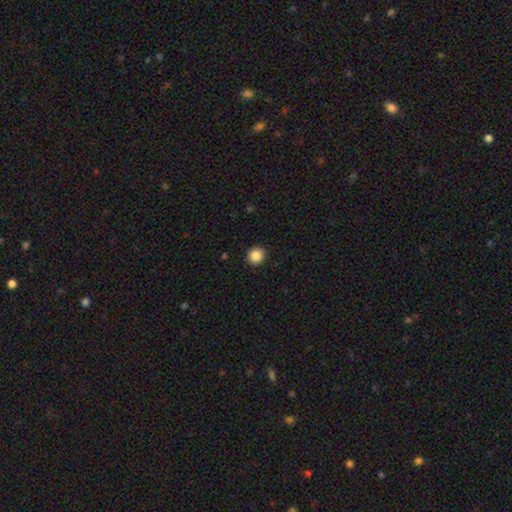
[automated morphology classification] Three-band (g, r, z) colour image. It shows a smooth galaxy with no disk features (86%) that is round (93%). Merging: none (93%).